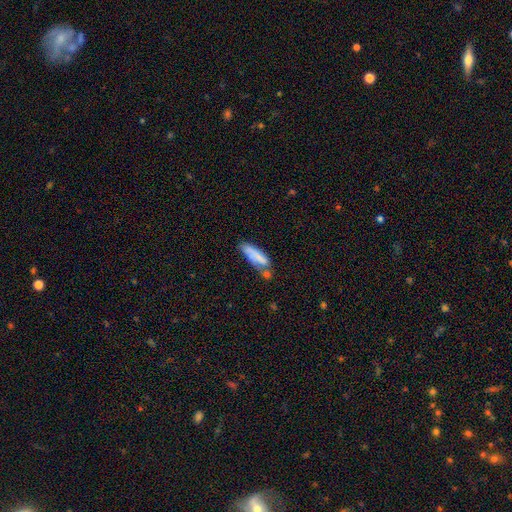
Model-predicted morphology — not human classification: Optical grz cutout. It shows a smooth galaxy with no disk features (72%) that is cigar-shaped (56%). Merging: none (39%).